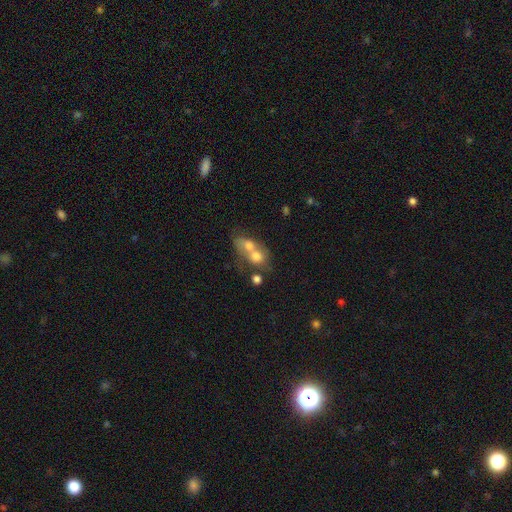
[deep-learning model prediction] Smooth or featured? smooth (67%)
How rounded? round (51%)
Merging? merger (74%)